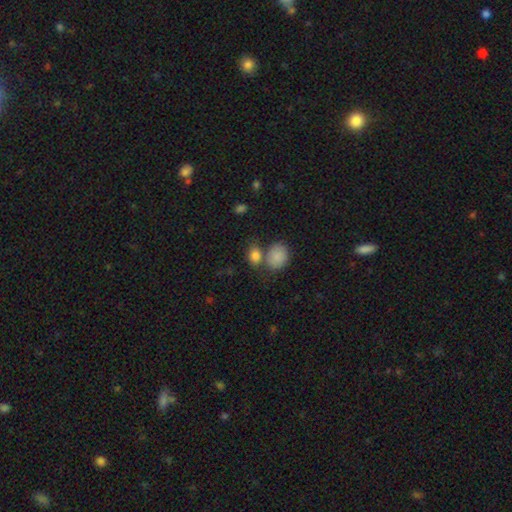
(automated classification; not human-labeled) smooth 85%, star or artifact 9%, featured or disk 7%. Down the decision tree: how rounded — in between (69%); merging — none (46%).